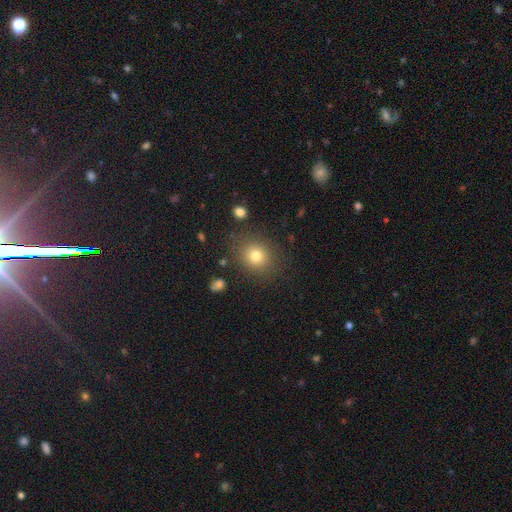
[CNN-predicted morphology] Smooth or featured?
  - smooth: 78% *
  - star or artifact: 13%
  - featured or disk: 9%
How rounded?
  - round: 75% *
  - in between: 24%
  - cigar-shaped: 1%
Merging?
  - none: 84% *
  - minor disturbance: 10%
  - major disturbance: 4%
  - merger: 2%